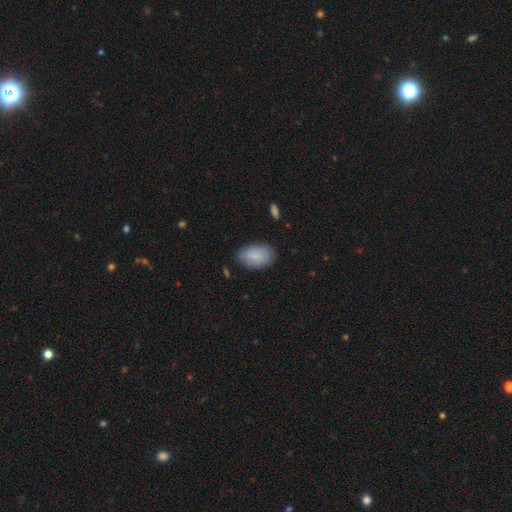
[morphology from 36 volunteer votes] Overall: smooth (81%). How rounded: in between (86%). Merging: none (77%).